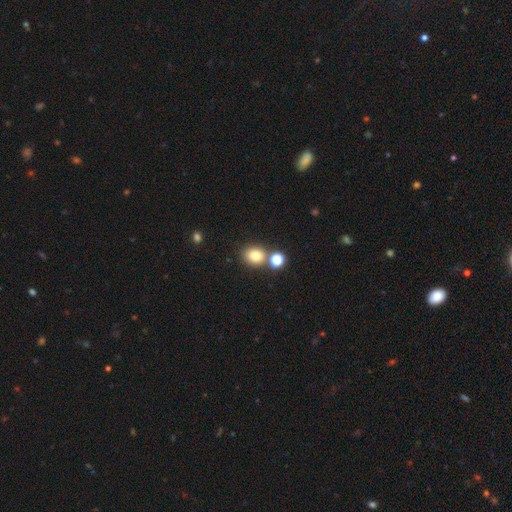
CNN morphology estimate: Overall: smooth (81%). How rounded: round (58%; in between 41%). Merging: none (66%).